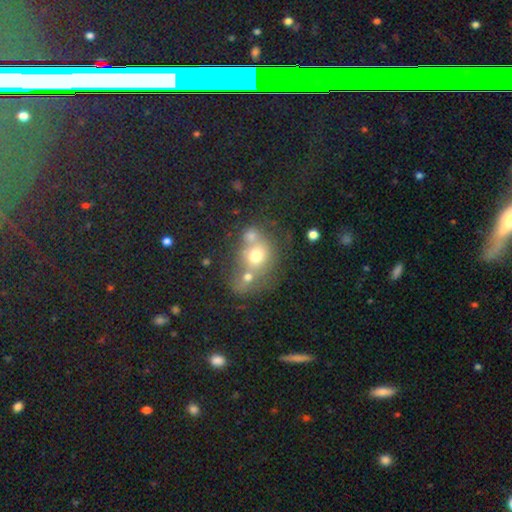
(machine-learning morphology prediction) Smooth or featured?
  - smooth: 60% *
  - featured or disk: 25%
  - star or artifact: 15%
How rounded?
  - round: 62% *
  - in between: 37%
  - cigar-shaped: 1%
Merging?
  - merger: 57% *
  - none: 27%
  - minor disturbance: 10%
  - major disturbance: 7%